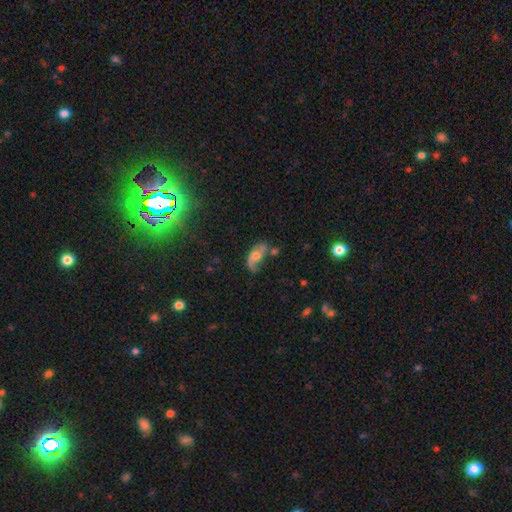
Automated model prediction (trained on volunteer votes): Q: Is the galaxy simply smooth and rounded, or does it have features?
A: featured or disk — 49%.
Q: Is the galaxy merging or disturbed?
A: none — 37%.